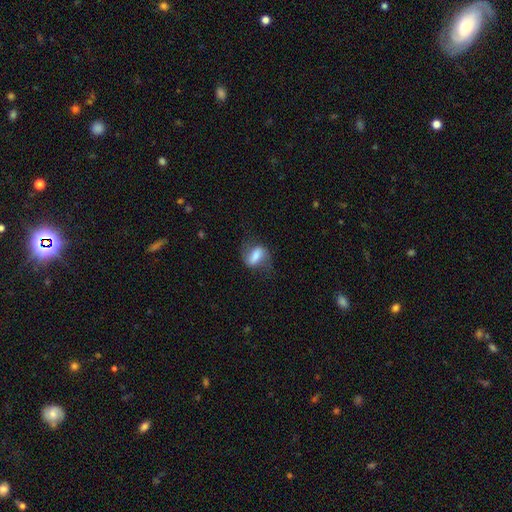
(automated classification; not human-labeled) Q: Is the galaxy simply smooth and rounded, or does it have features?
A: smooth — 55%.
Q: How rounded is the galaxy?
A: in between — 76%.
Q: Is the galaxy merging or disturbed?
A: none — 59%.